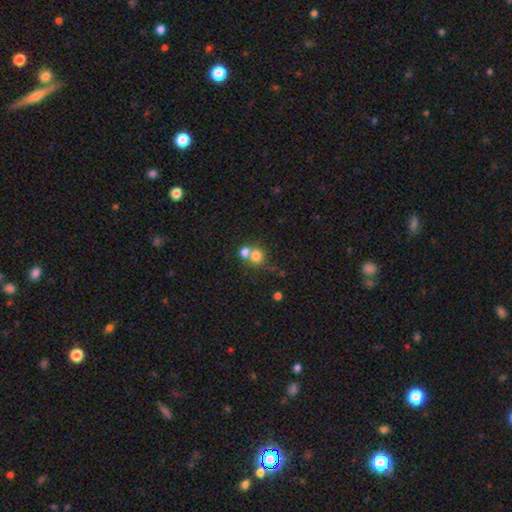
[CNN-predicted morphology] smooth_or_featured: smooth (p=0.75) [alt: star or artifact p=0.13]
how_rounded: round (p=0.83) [alt: in between p=0.16]
merging: merger (p=0.52) [alt: none p=0.37]